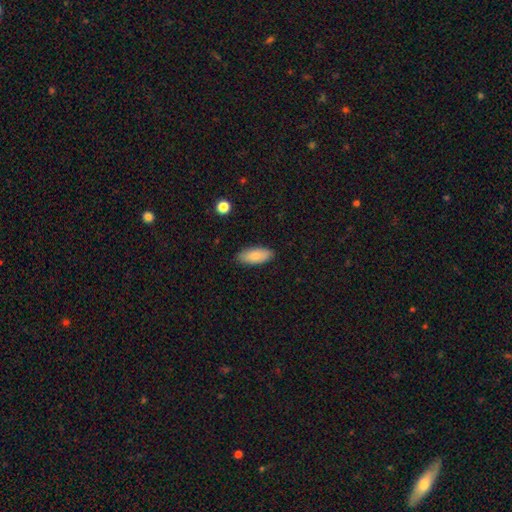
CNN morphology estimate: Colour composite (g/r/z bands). It shows a smooth galaxy with no disk features (83%) that is in between round and cigar-shaped (83%). Merging: none (87%).